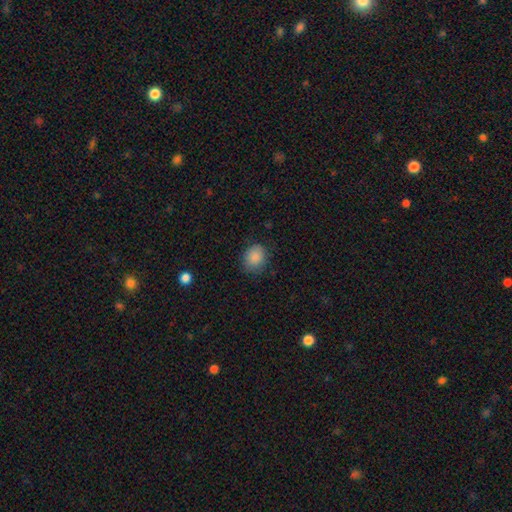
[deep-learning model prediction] Smooth or featured? Predicted: smooth (p=0.87). How rounded? Predicted: round (p=0.70). Merging? Predicted: none (p=0.82).